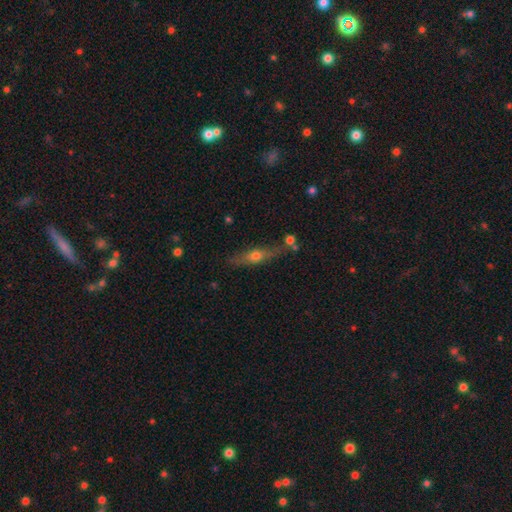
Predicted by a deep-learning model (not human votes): Overall: featured or disk (50%; smooth 41%). Edge-on disk: yes (83%). Merging: none (70%).